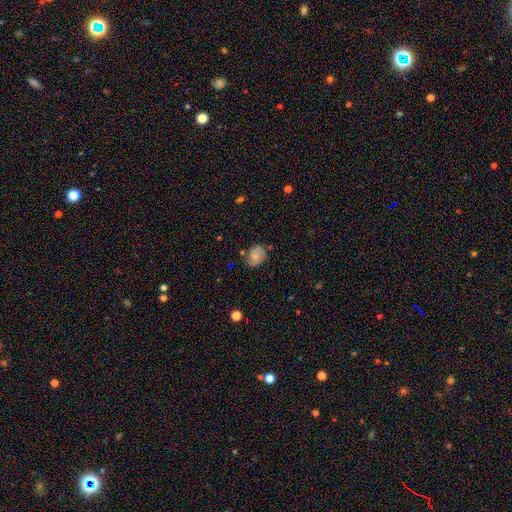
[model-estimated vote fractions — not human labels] smooth-or-featured: smooth: 68% | featured or disk: 23% | star or artifact: 9%
  how-rounded: in between: 58% | round: 41% | cigar-shaped: 1%
  merging: none: 74% | minor disturbance: 19% | major disturbance: 4% | merger: 3%